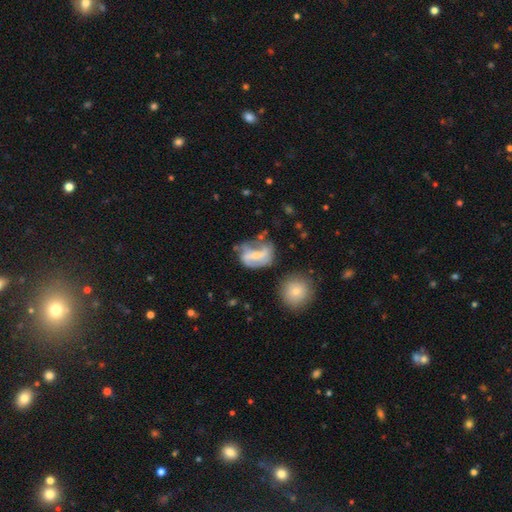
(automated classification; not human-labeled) This is likely a featured or disk galaxy (68%). It is clearly not viewed edge-on (97%). Bar: marginally weak (39%). Spiral arm pattern: clearly yes (81%). Spiral arm count: likely 2 (69%). Spiral winding: possibly loose (48%). Central bulge: possibly small (55%). Merging: marginally none (42%).